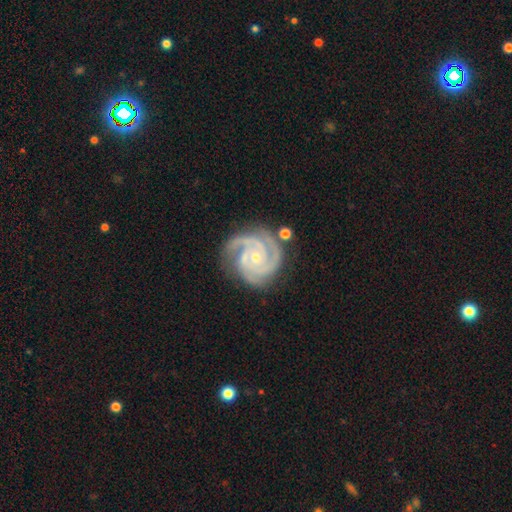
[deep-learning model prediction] featured or disk 93%, star or artifact 4%, smooth 3%. Down the decision tree: edge-on disk — no (98%); bar — no (72%); spiral arms — yes (99%); spiral arm count — 3 (66%); spiral winding — tight (75%); bulge size — small (65%); merging — none (74%).